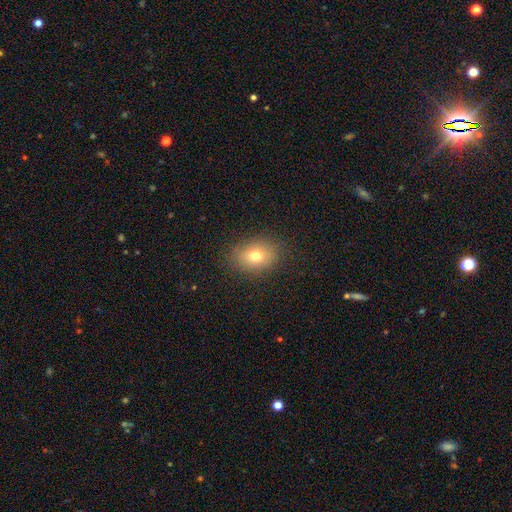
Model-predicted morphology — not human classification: Smooth or featured?
  - smooth: 74% *
  - featured or disk: 13%
  - star or artifact: 12%
How rounded?
  - in between: 64% *
  - round: 34%
  - cigar-shaped: 1%
Merging?
  - none: 85% *
  - minor disturbance: 10%
  - major disturbance: 3%
  - merger: 1%